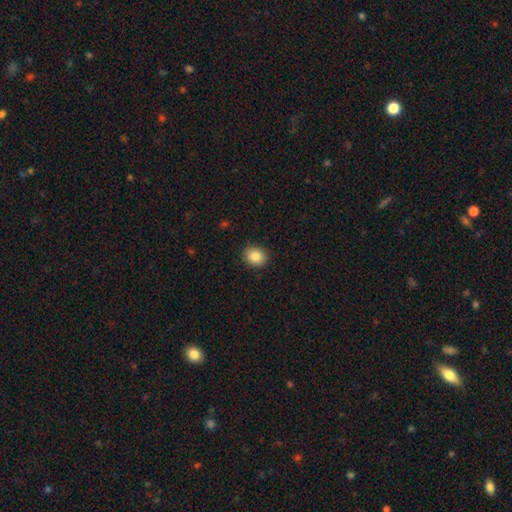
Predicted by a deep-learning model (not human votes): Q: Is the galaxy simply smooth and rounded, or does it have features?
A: smooth — 87%.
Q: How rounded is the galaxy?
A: round — 62%.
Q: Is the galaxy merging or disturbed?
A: none — 90%.